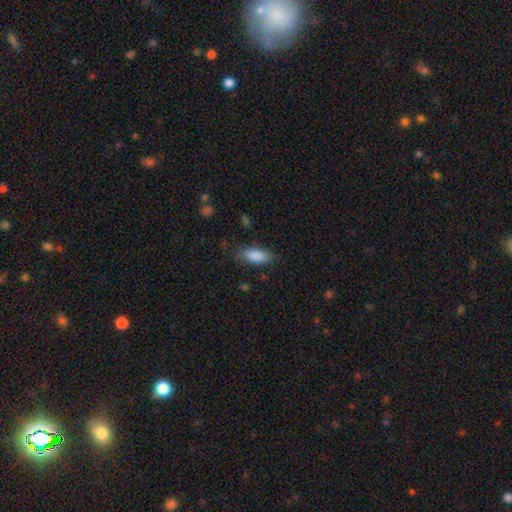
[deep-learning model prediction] Overall: smooth (88%). How rounded: in between (82%). Merging: none (78%).